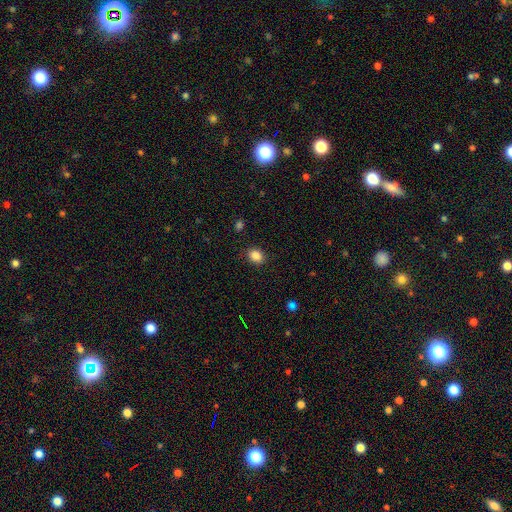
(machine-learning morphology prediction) A smooth galaxy with no disk features (86%) that is round (52%). Merging: none (88%).